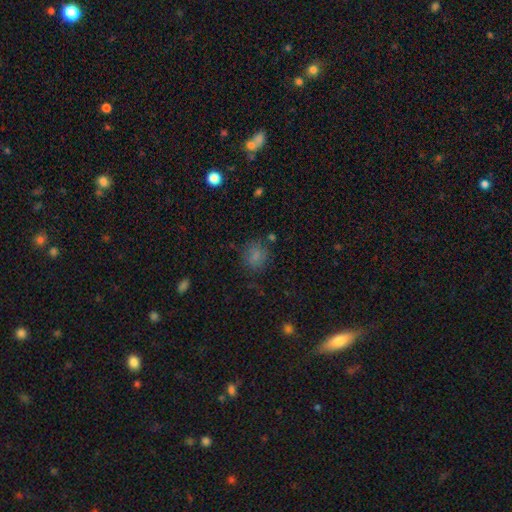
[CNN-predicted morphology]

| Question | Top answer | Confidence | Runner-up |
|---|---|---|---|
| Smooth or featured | smooth | 76% | star or artifact (15%) |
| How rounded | round | 72% | in between (27%) |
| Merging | none | 73% | minor disturbance (17%) |